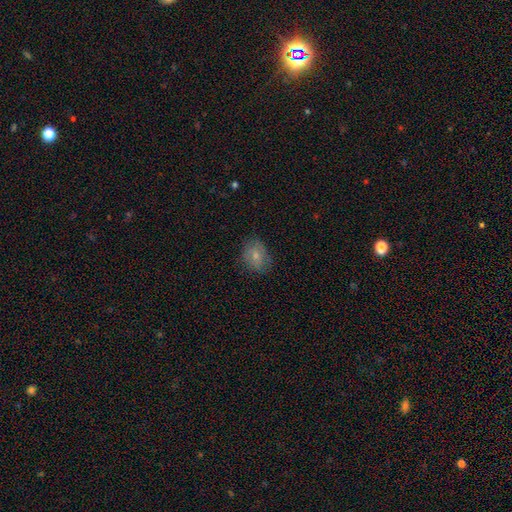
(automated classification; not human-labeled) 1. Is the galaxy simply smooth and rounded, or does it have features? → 73% smooth, 19% featured or disk, 8% star or artifact.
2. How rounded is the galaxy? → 56% in between, 42% round, 1% cigar-shaped.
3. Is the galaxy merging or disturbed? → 74% none, 20% minor disturbance, 5% major disturbance, 1% merger.